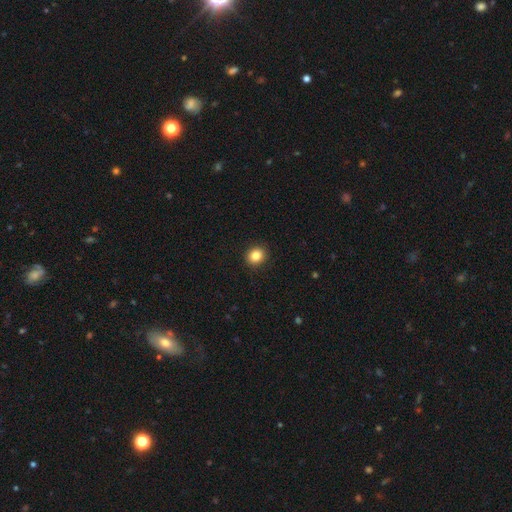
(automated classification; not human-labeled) A smooth galaxy with no disk features (85%) that is round (75%).

Vote fractions:
- Smooth or featured? smooth: 85% / star or artifact: 10% / featured or disk: 5%
- How rounded? round: 75% / in between: 24% / cigar-shaped: 1%
- Merging? none: 91% / minor disturbance: 6% / major disturbance: 2% / merger: 1%